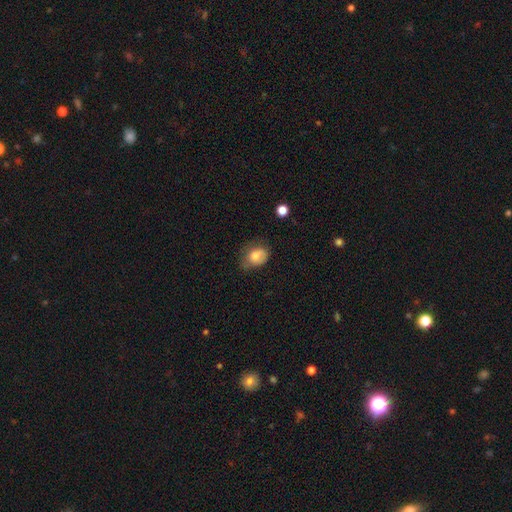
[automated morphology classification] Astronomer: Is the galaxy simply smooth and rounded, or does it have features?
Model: smooth — 74%.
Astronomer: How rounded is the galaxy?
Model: in between — 64%.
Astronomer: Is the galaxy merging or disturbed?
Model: none — 43% (runner-up: minor disturbance, 36%).